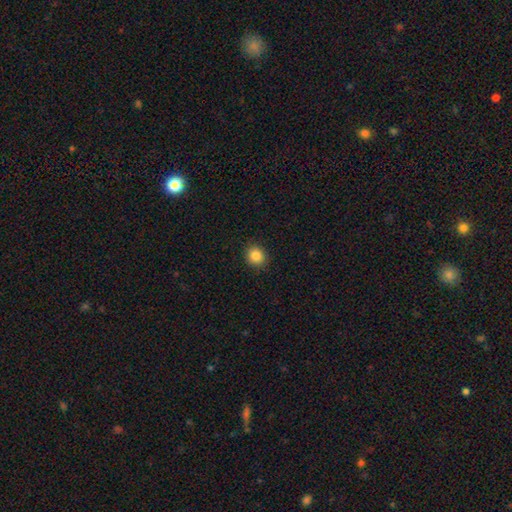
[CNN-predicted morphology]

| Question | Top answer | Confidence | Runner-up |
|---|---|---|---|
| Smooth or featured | smooth | 85% | star or artifact (10%) |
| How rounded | round | 81% | in between (19%) |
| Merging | none | 90% | minor disturbance (7%) |